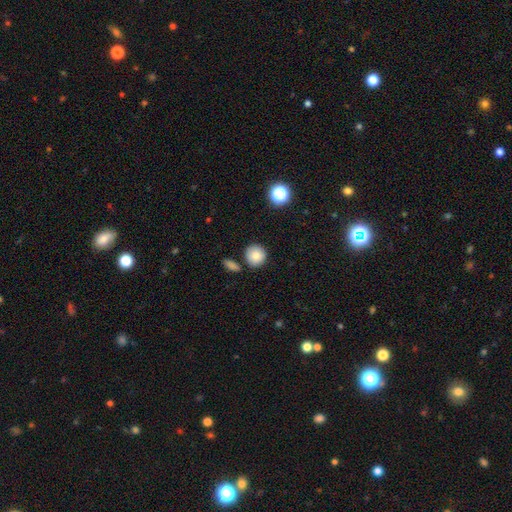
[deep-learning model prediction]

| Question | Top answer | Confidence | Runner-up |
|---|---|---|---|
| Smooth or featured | smooth | 85% | star or artifact (9%) |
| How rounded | round | 87% | in between (12%) |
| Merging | none | 79% | minor disturbance (12%) |